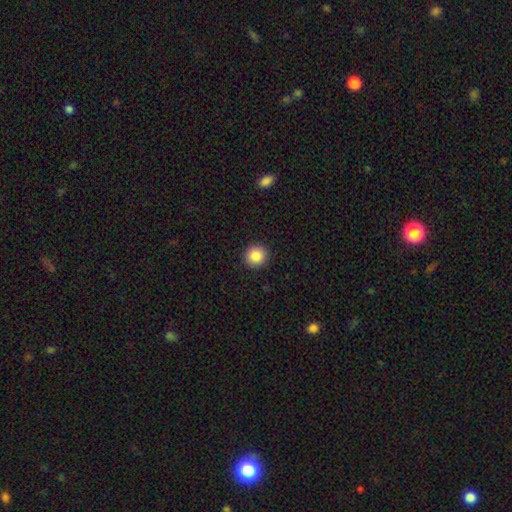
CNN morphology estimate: Smooth or featured? Predicted: smooth (p=0.87). How rounded? Predicted: round (p=0.90). Merging? Predicted: none (p=0.92).